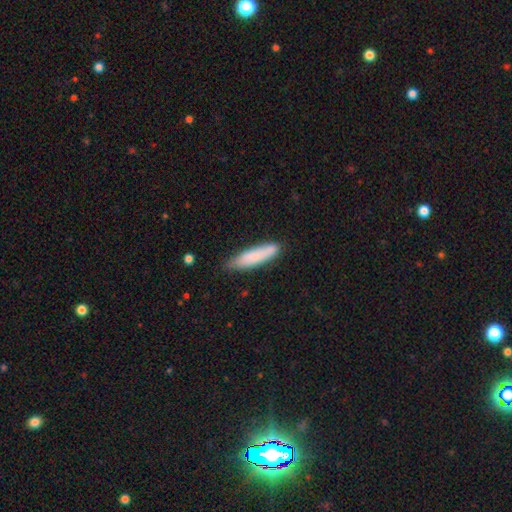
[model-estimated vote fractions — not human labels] The model was most divided on "how rounded": cigar-shaped: 76%, in between: 22%, round: 1%. More confident: smooth or featured — smooth (79%); merging — none (76%).